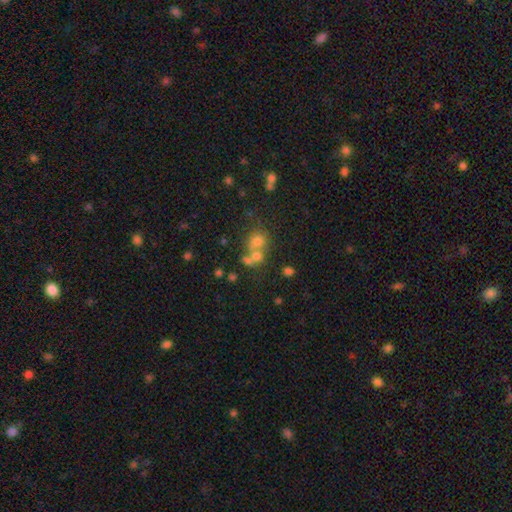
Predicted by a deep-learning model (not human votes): A smooth galaxy with no disk features (53%) that is round (80%).

Vote fractions:
- Smooth or featured? smooth: 53% / star or artifact: 29% / featured or disk: 19%
- How rounded? round: 80% / in between: 19% / cigar-shaped: 1%
- Merging? merger: 45% / none: 44% / minor disturbance: 7% / major disturbance: 4%